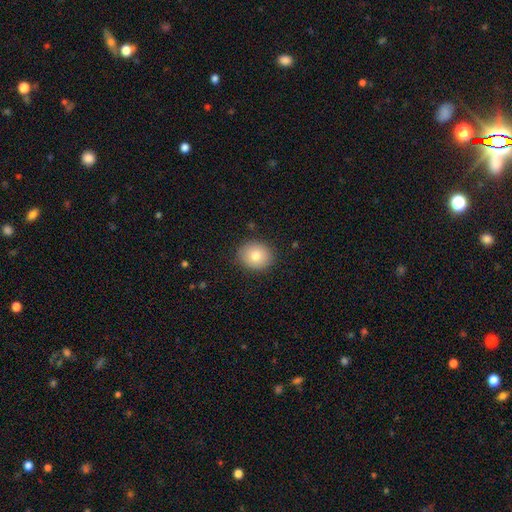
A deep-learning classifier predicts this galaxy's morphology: The model was most divided on "how rounded": round: 82%, in between: 17%, cigar-shaped: 1%. More confident: merging — none (89%); smooth or featured — smooth (79%).